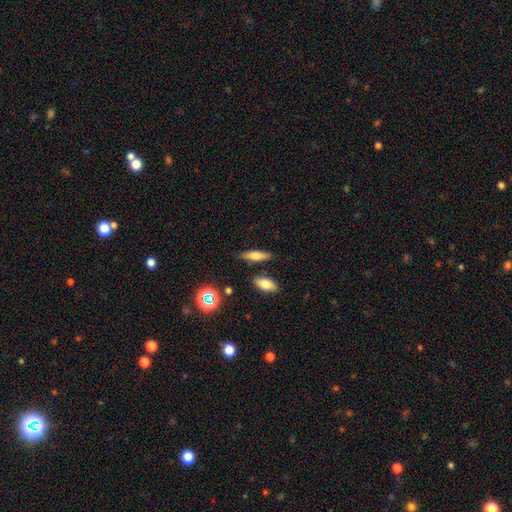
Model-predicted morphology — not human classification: The model was most divided on "how rounded": cigar-shaped: 50%, in between: 46%, round: 4%. More confident: merging — none (78%); smooth or featured — smooth (67%).